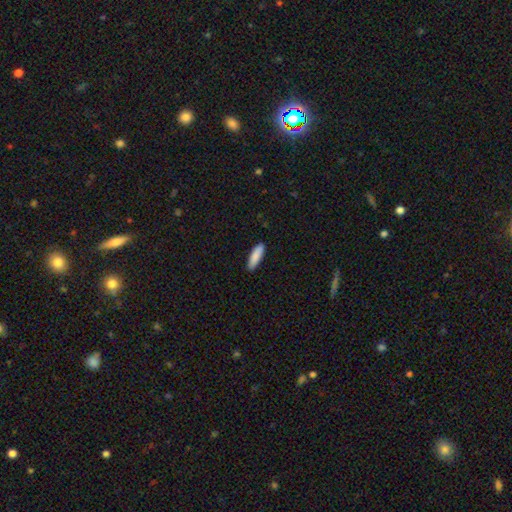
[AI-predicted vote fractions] Morphology: type=smooth (89%); roundness=cigar-shaped (57%); merging=none (89%).